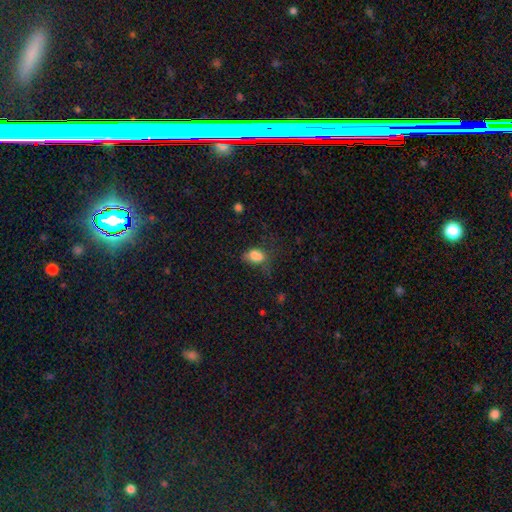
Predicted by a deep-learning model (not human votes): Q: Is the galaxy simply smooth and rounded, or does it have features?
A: smooth — 79%.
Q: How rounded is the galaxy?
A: in between — 82%.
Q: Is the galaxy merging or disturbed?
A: none — 38%.